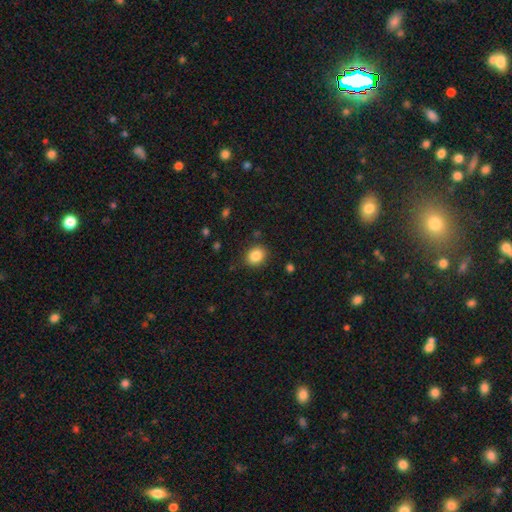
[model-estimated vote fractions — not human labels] The model was most divided on "how rounded": round: 62%, in between: 37%, cigar-shaped: 1%. More confident: merging — none (86%); smooth or featured — smooth (85%).